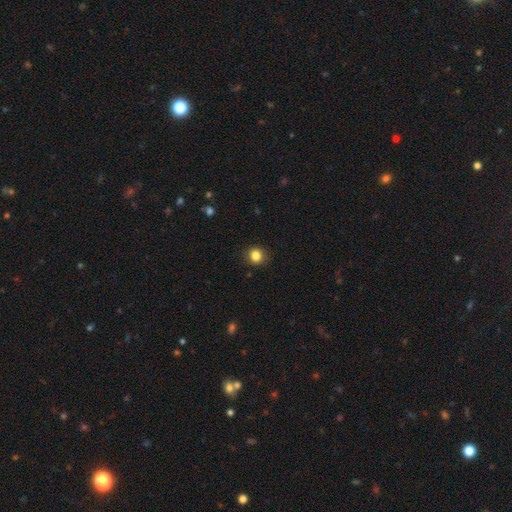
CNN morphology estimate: A smooth galaxy with no disk features (84%) that is round (81%). Merging: none (88%).